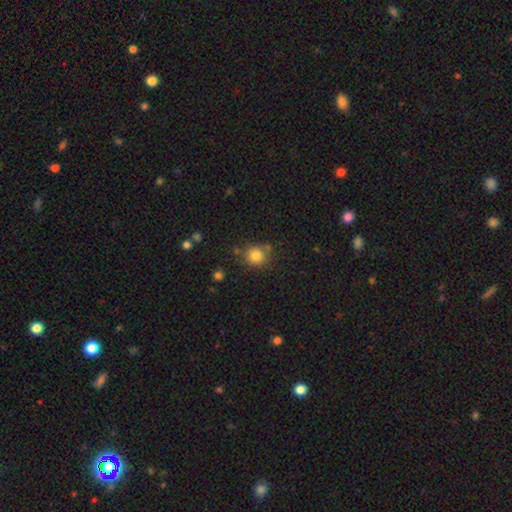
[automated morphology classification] The model was most divided on "merging": none: 75%, minor disturbance: 13%, merger: 8%, major disturbance: 4%. More confident: how rounded — round (89%); smooth or featured — smooth (82%).